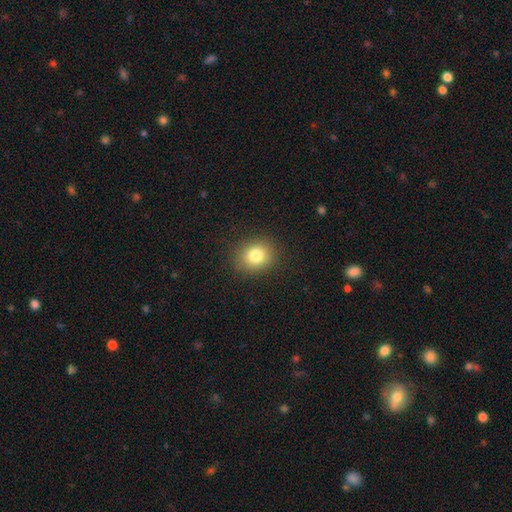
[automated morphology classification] This is clearly a smooth galaxy (81%). How rounded: likely round (70%). Merging: clearly none (89%).